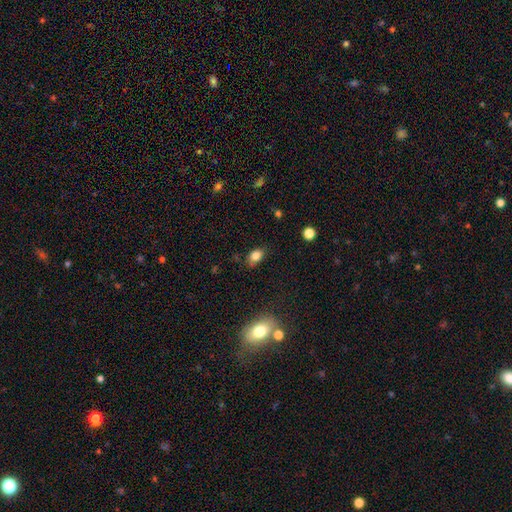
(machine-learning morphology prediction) The model was most divided on "merging": none: 75%, minor disturbance: 19%, major disturbance: 4%, merger: 2%. More confident: smooth or featured — smooth (82%); how rounded — in between (82%).